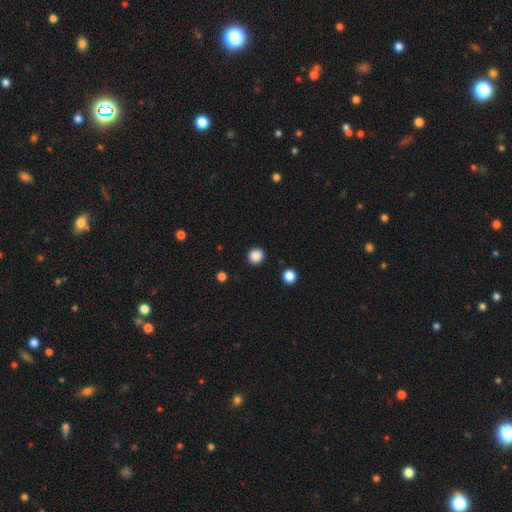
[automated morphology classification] Smooth or featured? smooth (87%)
How rounded? round (91%)
Merging? none (91%)